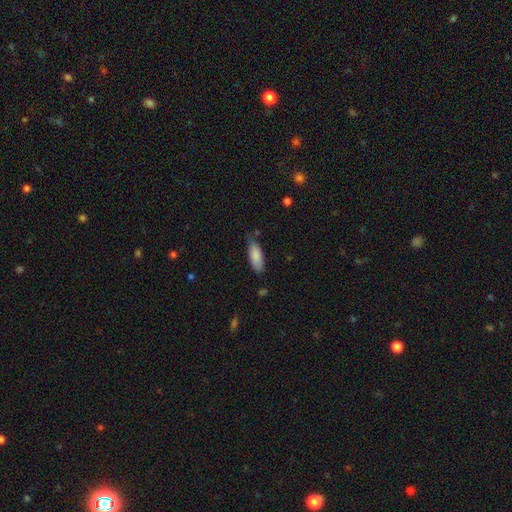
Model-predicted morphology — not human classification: Smooth or featured? Predicted: smooth (p=0.86). How rounded? Predicted: in between (p=0.71). Merging? Predicted: none (p=0.70).